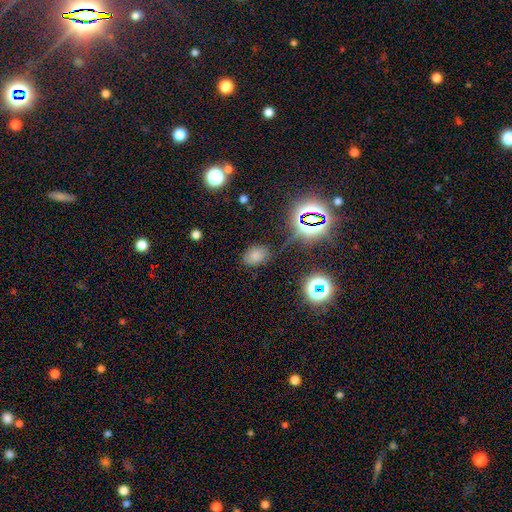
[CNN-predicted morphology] The model was most divided on "smooth or featured": smooth: 68%, star or artifact: 24%, featured or disk: 8%. More confident: how rounded — in between (81%); merging — none (78%).